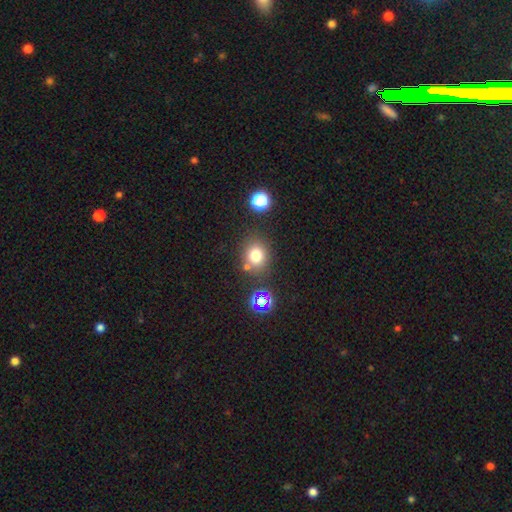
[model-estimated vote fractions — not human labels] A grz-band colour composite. It shows a smooth galaxy with no disk features (76%) that is round (71%). Merging: none (74%).